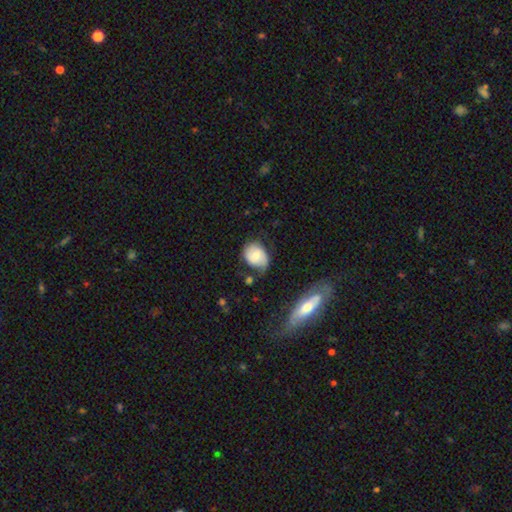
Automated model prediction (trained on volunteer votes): Overall: smooth (51%; featured or disk 42%). How rounded: in between (53%; round 46%). Merging: none (54%; minor disturbance 31%).